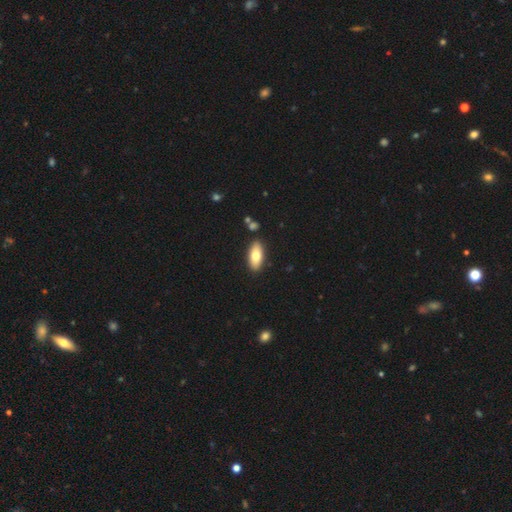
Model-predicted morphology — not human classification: A smooth galaxy with no disk features (74%) that is in between round and cigar-shaped (85%).

Vote fractions:
- Smooth or featured? smooth: 74% / featured or disk: 19% / star or artifact: 6%
- How rounded? in between: 85% / cigar-shaped: 13% / round: 2%
- Merging? none: 87% / minor disturbance: 8% / merger: 3% / major disturbance: 2%